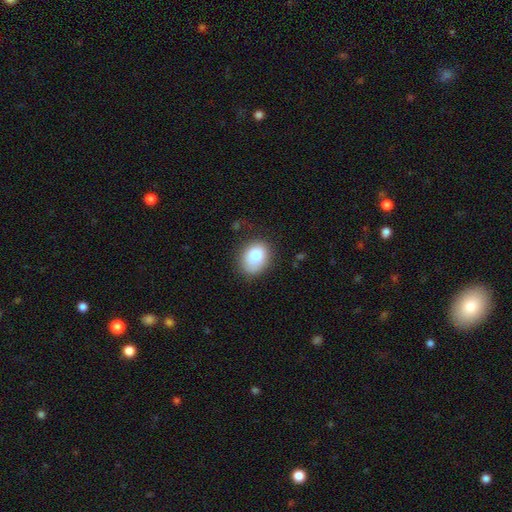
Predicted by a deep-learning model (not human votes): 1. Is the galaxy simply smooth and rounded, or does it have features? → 83% smooth, 9% featured or disk, 8% star or artifact.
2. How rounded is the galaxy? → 54% in between, 45% round, 1% cigar-shaped.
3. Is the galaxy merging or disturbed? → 74% none, 18% minor disturbance, 5% major disturbance, 2% merger.